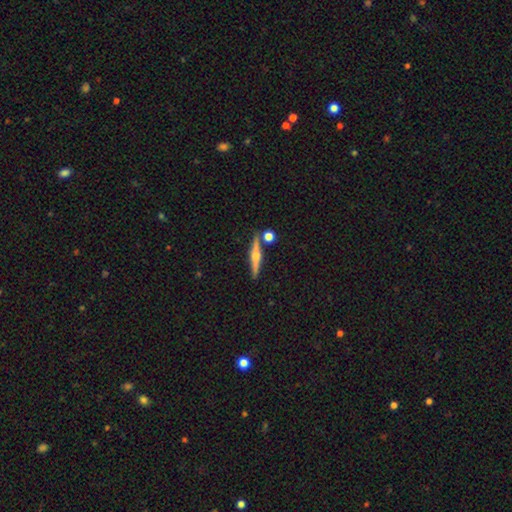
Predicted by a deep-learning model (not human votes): A featured or disk galaxy (69%) viewed edge-on (97%) with a rounded central bulge (92%). Merging: none (82%).